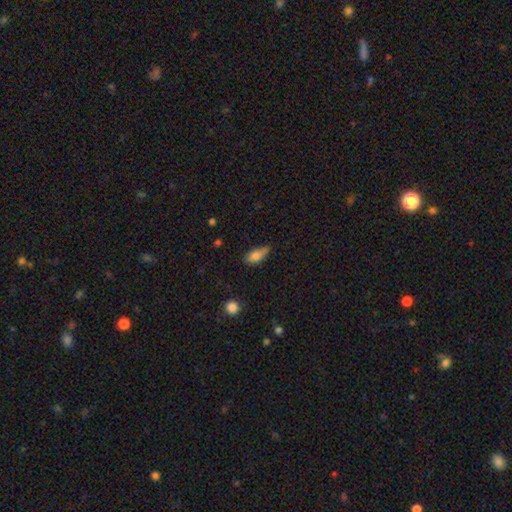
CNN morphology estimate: smooth_or_featured: smooth (p=0.76) [alt: featured or disk p=0.15]
how_rounded: in between (p=0.79) [alt: cigar-shaped p=0.16]
merging: none (p=0.47) [alt: minor disturbance p=0.39]